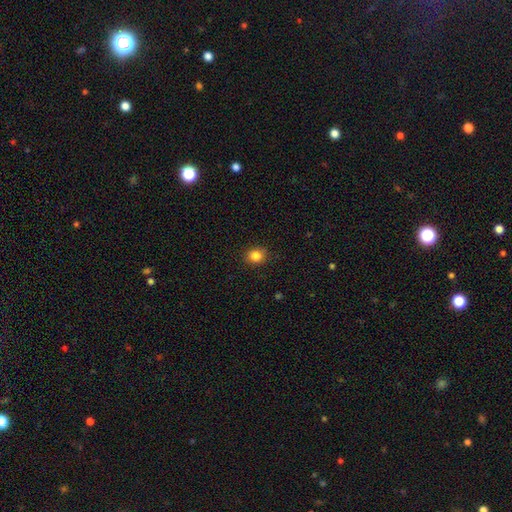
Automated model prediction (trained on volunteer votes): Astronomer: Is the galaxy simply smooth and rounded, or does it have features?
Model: smooth — 85%.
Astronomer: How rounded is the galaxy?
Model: round — 74%.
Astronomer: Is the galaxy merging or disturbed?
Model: none — 88%.